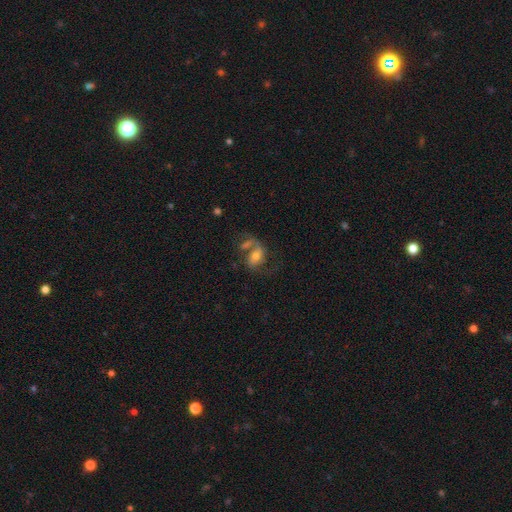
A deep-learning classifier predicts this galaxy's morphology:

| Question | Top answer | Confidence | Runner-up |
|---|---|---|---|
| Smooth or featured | featured or disk | 61% | smooth (29%) |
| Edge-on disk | no | 96% | yes (4%) |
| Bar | no | 43% | weak (38%) |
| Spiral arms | yes | 81% | no (19%) |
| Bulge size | moderate | 59% | small (26%) |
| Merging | none | 36% | major disturbance (24%) |